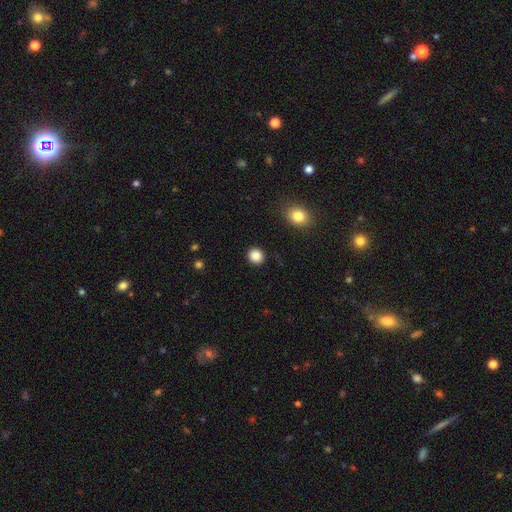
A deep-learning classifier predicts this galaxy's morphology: smooth-or-featured: smooth: 86% | star or artifact: 10% | featured or disk: 4%
  how-rounded: round: 87% | in between: 12% | cigar-shaped: 1%
  merging: none: 92% | minor disturbance: 5% | major disturbance: 2% | merger: 1%